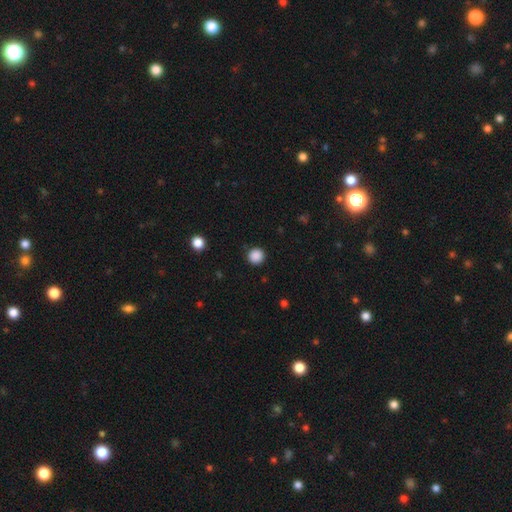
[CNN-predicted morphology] Smooth or featured: smooth — 87% (star or artifact — 10%)
How rounded: round — 95% (in between — 4%)
Merging: none — 91% (minor disturbance — 5%)